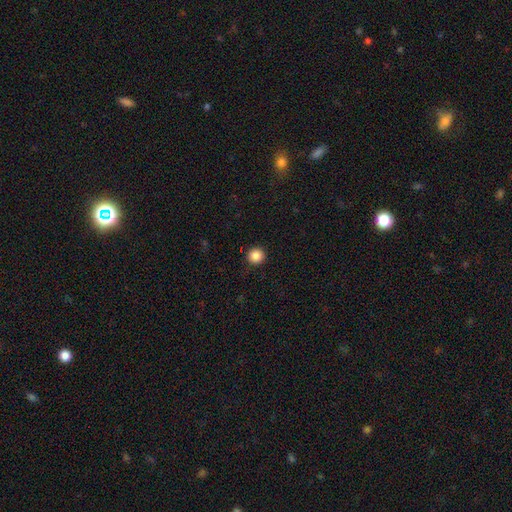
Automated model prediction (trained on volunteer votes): A smooth galaxy with no disk features (87%) that is round (95%).

Vote fractions:
- Smooth or featured? smooth: 87% / star or artifact: 10% / featured or disk: 3%
- How rounded? round: 95% / in between: 4% / cigar-shaped: 1%
- Merging? none: 92% / minor disturbance: 5% / major disturbance: 2% / merger: 1%